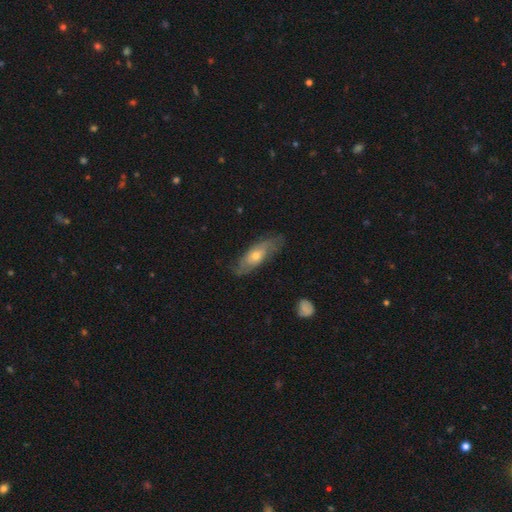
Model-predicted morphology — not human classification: Smooth or featured? Predicted: featured or disk (p=0.57). Edge-on disk? Predicted: no (p=0.75). Merging? Predicted: none (p=0.71).